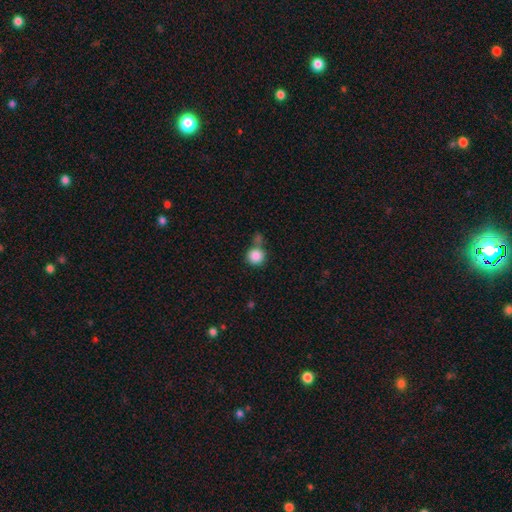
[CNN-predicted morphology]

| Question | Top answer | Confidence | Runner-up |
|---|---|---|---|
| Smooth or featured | smooth | 86% | star or artifact (9%) |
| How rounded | round | 94% | in between (5%) |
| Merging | none | 61% | merger (23%) |